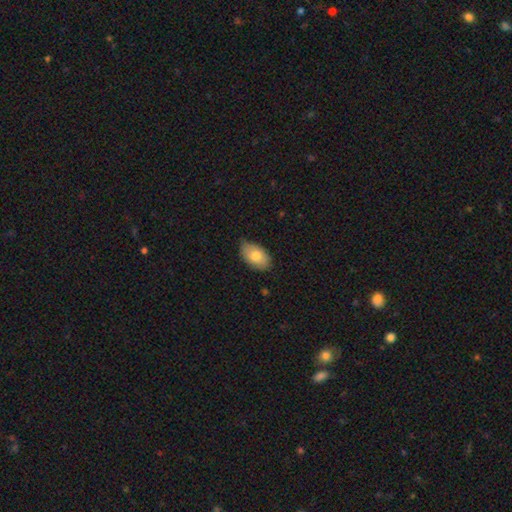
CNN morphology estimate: The model was most divided on "merging": none: 71%, minor disturbance: 25%, major disturbance: 3%, merger: 1%. More confident: how rounded — in between (93%); smooth or featured — smooth (78%).